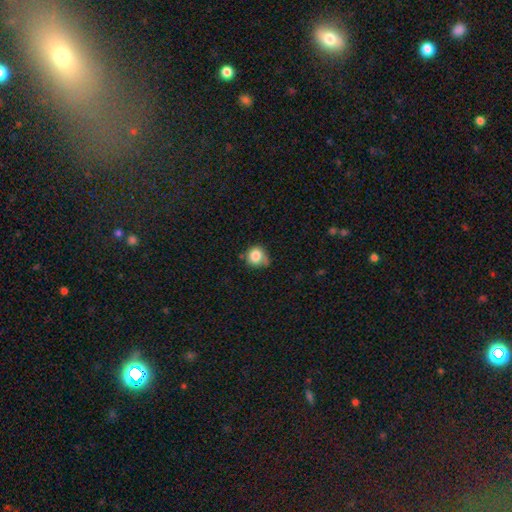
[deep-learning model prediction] Overall: smooth (83%). How rounded: round (87%). Merging: none (54%; minor disturbance 30%).